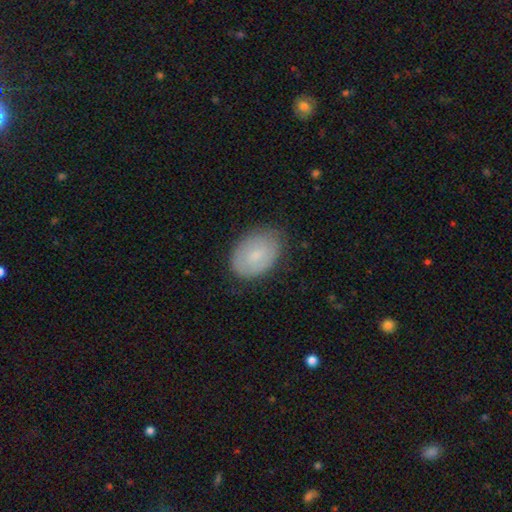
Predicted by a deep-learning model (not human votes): smooth 68%, featured or disk 25%, star or artifact 7%. Down the decision tree: how rounded — in between (83%); merging — none (74%).